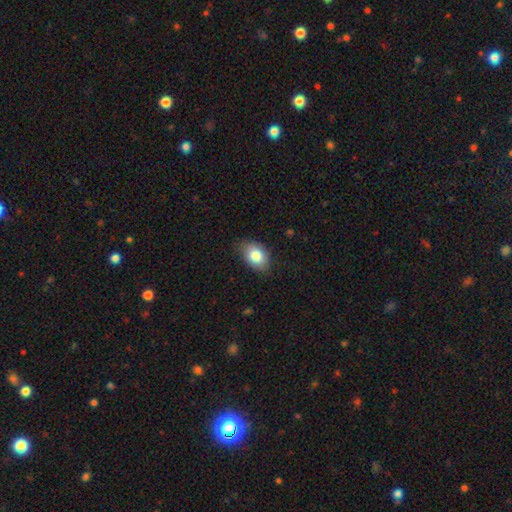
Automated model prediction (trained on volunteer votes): This appears to be a smooth galaxy with no disk features (82%) that is in between round and cigar-shaped (82%). Merging: none (79%).